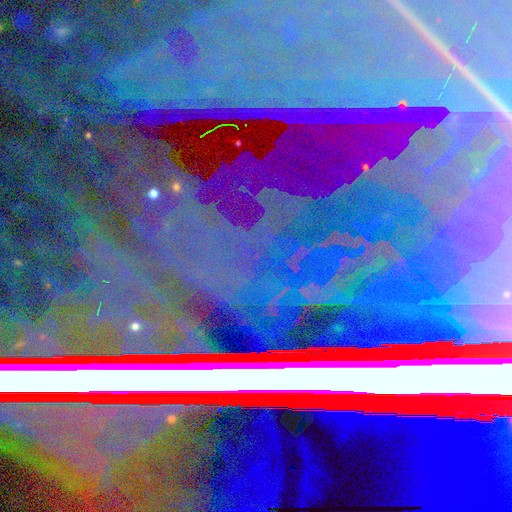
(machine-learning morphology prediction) Smooth or featured: star or artifact — 82% (featured or disk — 12%)